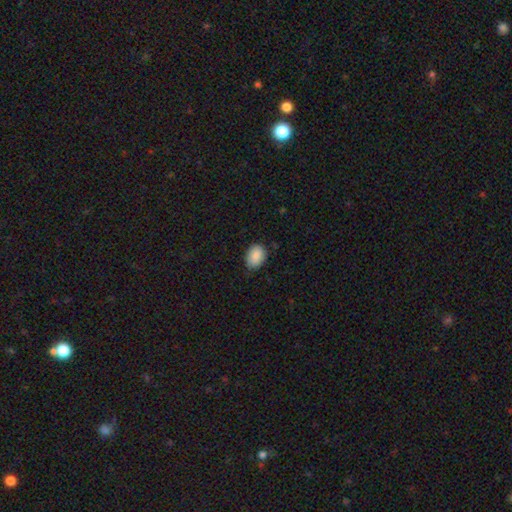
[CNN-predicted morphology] Smooth or featured? smooth (89%)
How rounded? in between (75%)
Merging? none (72%)